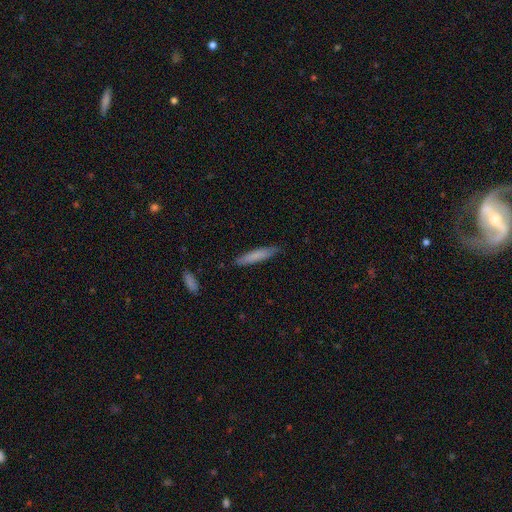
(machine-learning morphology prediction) smooth-or-featured: smooth: 76% | featured or disk: 18% | star or artifact: 6%
  how-rounded: cigar-shaped: 90% | in between: 8% | round: 1%
  merging: none: 87% | minor disturbance: 10% | major disturbance: 2% | merger: 1%